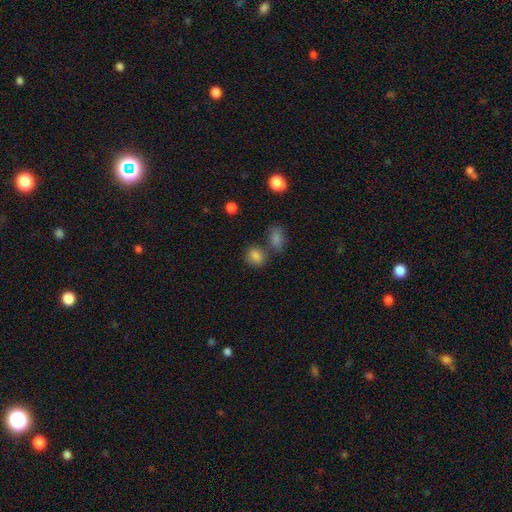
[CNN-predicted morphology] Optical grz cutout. It shows a smooth galaxy with no disk features (83%) that is round (61%). Merging: none (65%).